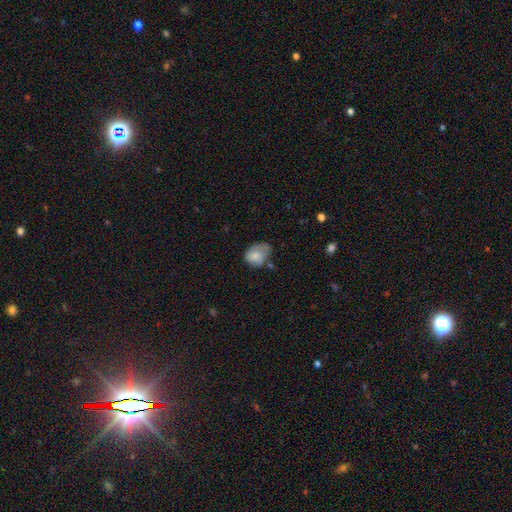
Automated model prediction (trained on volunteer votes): smooth 75%, featured or disk 16%, star or artifact 8%. Down the decision tree: how rounded — in between (58%); merging — minor disturbance (41%).